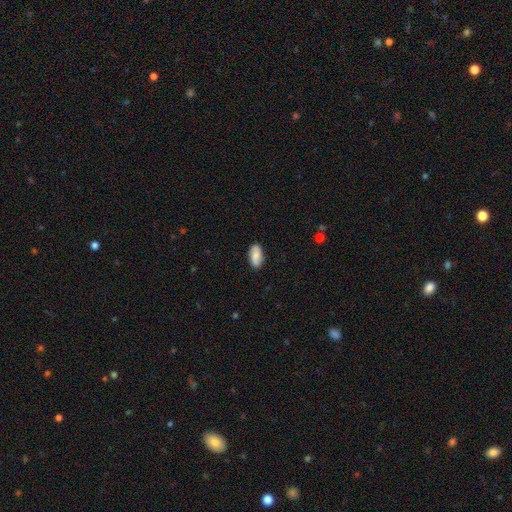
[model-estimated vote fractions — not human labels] smooth-or-featured: smooth: 69% | featured or disk: 24% | star or artifact: 7%
  how-rounded: in between: 90% | cigar-shaped: 7% | round: 4%
  merging: none: 83% | minor disturbance: 13% | major disturbance: 2% | merger: 1%